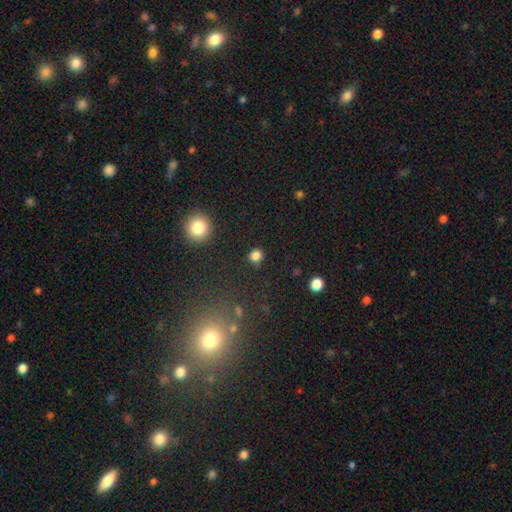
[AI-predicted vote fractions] Smooth or featured: smooth — 83% (star or artifact — 13%)
How rounded: round — 82% (in between — 17%)
Merging: none — 88% (minor disturbance — 8%)